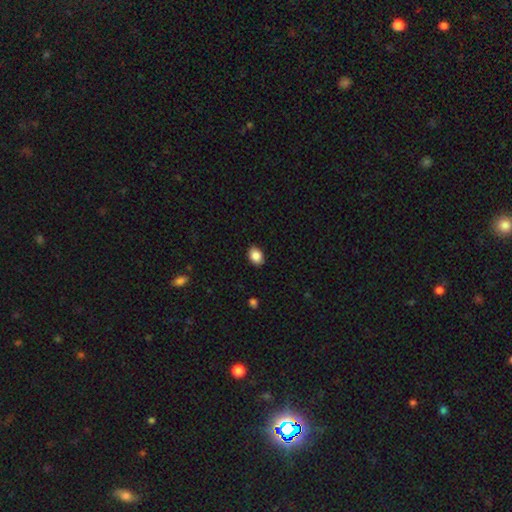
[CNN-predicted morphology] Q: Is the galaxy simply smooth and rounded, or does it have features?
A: smooth — 88%.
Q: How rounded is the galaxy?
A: in between — 75%.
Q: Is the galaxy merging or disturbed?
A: none — 89%.